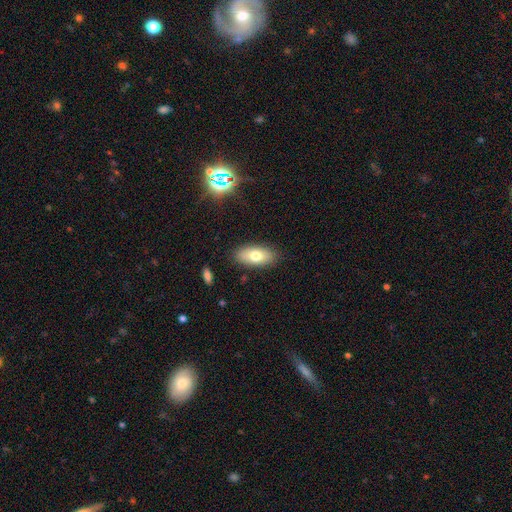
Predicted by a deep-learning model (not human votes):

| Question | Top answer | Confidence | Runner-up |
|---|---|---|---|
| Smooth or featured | smooth | 73% | featured or disk (19%) |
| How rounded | in between | 90% | cigar-shaped (6%) |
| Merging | none | 86% | minor disturbance (10%) |